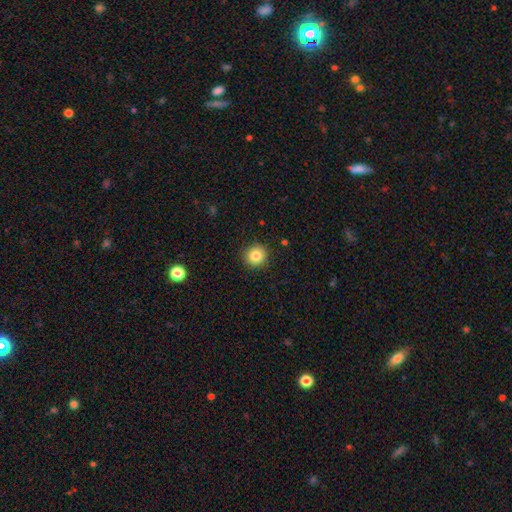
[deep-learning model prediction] Morphology: type=smooth (84%); roundness=round (91%); merging=none (90%).